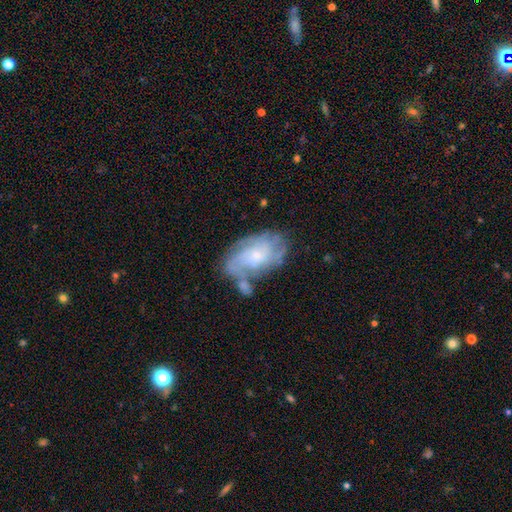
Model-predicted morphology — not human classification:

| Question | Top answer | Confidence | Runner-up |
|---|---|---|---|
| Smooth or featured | featured or disk | 72% | smooth (21%) |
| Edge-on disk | no | 96% | yes (4%) |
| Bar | no | 73% | weak (23%) |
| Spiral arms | yes | 87% | no (13%) |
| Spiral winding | tight | 50% | medium (36%) |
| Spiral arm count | can't tell | 44% | 2 (18%) |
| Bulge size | small | 69% | moderate (24%) |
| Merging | none | 50% | minor disturbance (22%) |